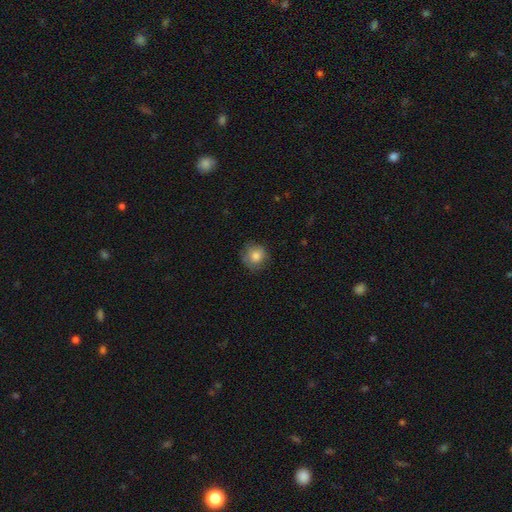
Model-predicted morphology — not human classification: A smooth galaxy with no disk features (81%) that is round (89%).

Vote fractions:
- Smooth or featured? smooth: 81% / star or artifact: 9% / featured or disk: 9%
- How rounded? round: 89% / in between: 10% / cigar-shaped: 1%
- Merging? none: 77% / minor disturbance: 17% / major disturbance: 4% / merger: 1%